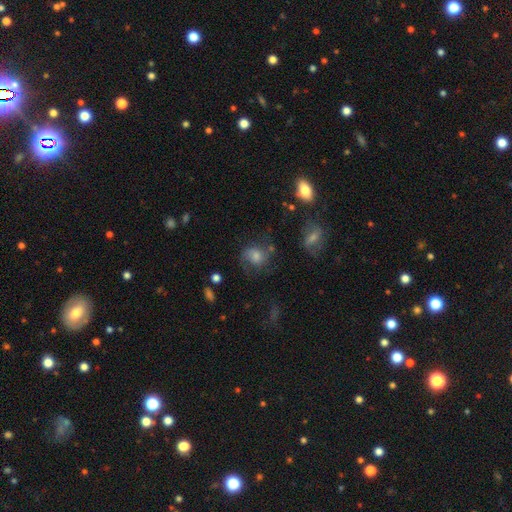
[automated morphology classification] Smooth or featured? featured or disk (55%)
Edge-on disk? no (97%)
Bar? no (63%)
Spiral arms? yes (87%)
Bulge size? moderate (48%)
Merging? none (60%)